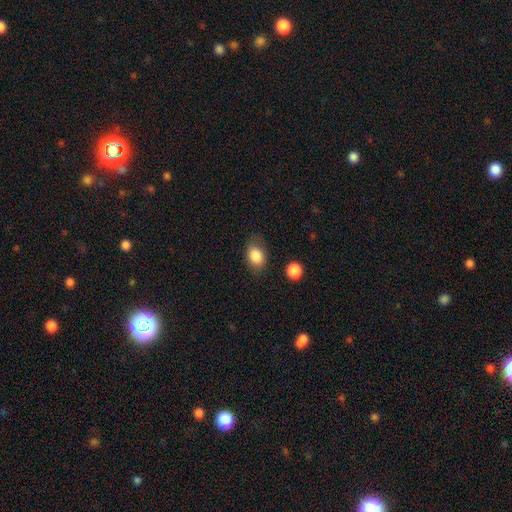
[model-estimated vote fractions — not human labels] Overall: smooth (86%). How rounded: in between (74%). Merging: none (75%).